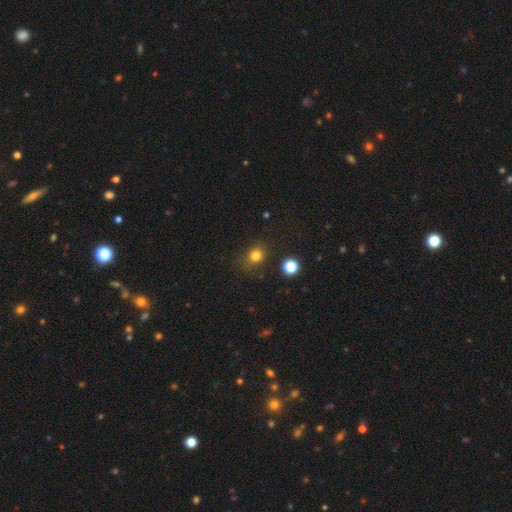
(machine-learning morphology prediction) type=smooth (78%); roundness=round (66%); merging=none (74%).